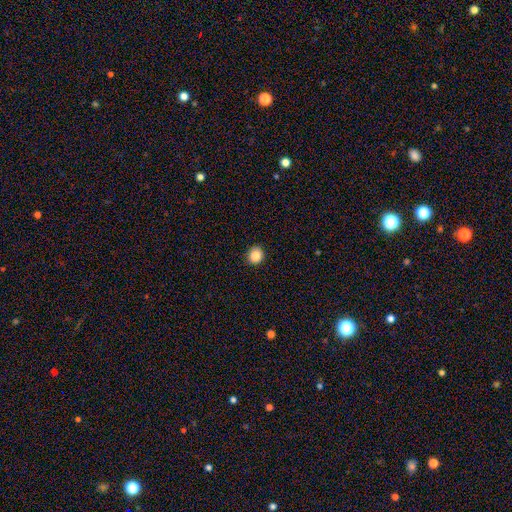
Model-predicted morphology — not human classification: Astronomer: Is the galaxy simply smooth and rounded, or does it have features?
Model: smooth — 86%.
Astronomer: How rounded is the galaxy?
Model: round — 85%.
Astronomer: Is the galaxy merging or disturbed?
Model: none — 91%.